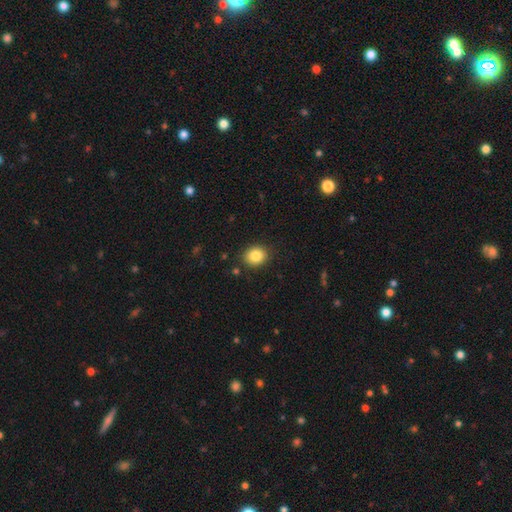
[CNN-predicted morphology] Q: Smooth or featured?
A: smooth (84%); runner-up: star or artifact (9%)
Q: How rounded?
A: round (64%); runner-up: in between (35%)
Q: Merging?
A: none (87%); runner-up: minor disturbance (9%)